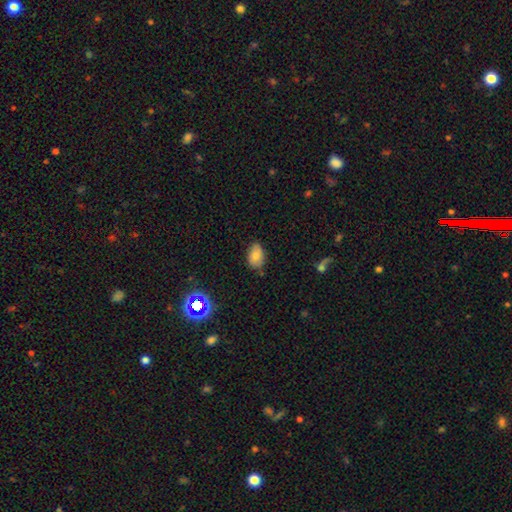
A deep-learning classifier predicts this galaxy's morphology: smooth 78%, featured or disk 11%, star or artifact 11%. Down the decision tree: how rounded — in between (87%); merging — none (74%).